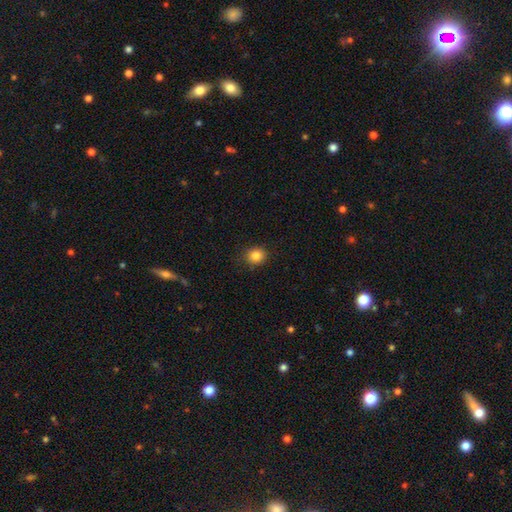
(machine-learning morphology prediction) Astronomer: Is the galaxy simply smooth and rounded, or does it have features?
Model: smooth — 85%.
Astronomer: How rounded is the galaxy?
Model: round — 79%.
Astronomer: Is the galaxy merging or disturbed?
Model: none — 88%.